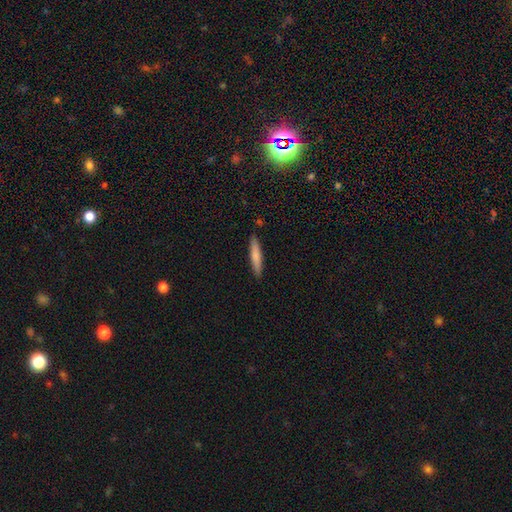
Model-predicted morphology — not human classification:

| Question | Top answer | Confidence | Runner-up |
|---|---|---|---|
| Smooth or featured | smooth | 75% | featured or disk (20%) |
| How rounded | cigar-shaped | 90% | in between (8%) |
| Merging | none | 89% | minor disturbance (8%) |